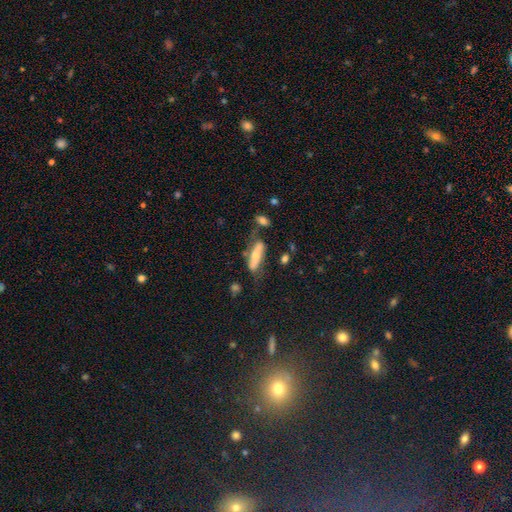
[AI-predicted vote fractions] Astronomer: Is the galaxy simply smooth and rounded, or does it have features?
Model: smooth — 48% (runner-up: featured or disk, 44%).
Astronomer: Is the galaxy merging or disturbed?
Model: none — 51%.